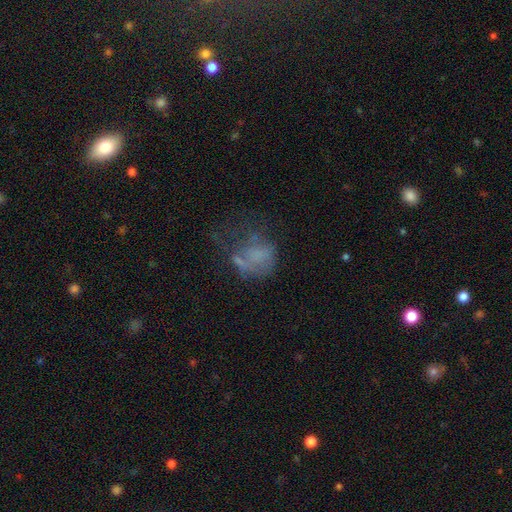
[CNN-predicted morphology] This is marginally a smooth galaxy (45%). Merging: marginally major disturbance (44%).